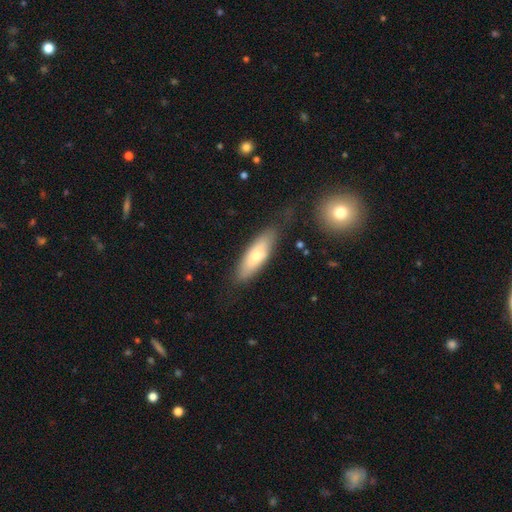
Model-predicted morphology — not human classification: type=smooth (67%); roundness=in between (54%); merging=none (75%).